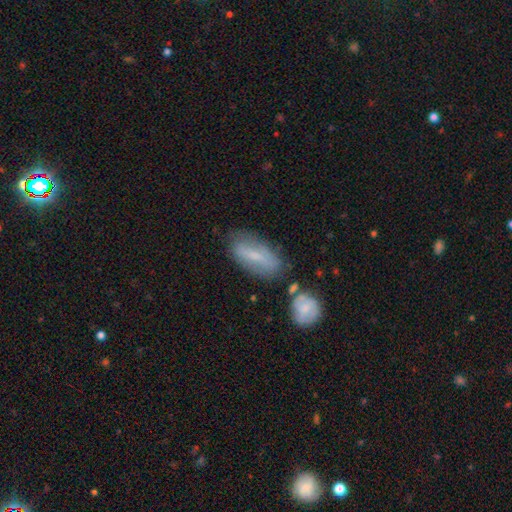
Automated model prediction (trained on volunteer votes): Morphology: type=smooth (58%); roundness=in between (73%); merging=none (65%).